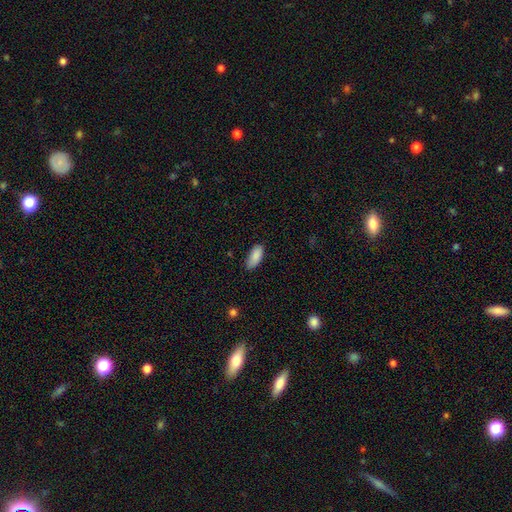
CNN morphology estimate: smooth-or-featured: smooth: 88% | star or artifact: 7% | featured or disk: 5%
  how-rounded: in between: 83% | cigar-shaped: 15% | round: 2%
  merging: none: 77% | minor disturbance: 19% | major disturbance: 3% | merger: 1%